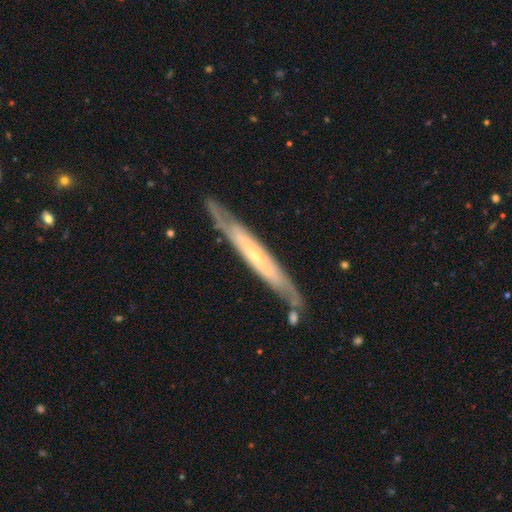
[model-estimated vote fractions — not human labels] Smooth or featured? Predicted: featured or disk (p=0.73). Edge-on disk? Predicted: yes (p=0.71). Edge-on bulge? Predicted: none (p=0.52). Merging? Predicted: none (p=0.78).